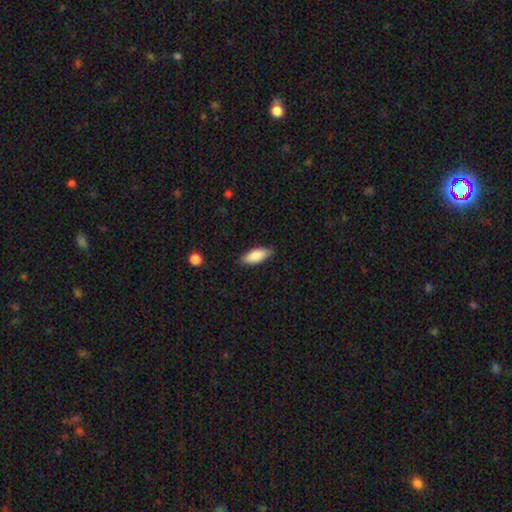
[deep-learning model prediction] Smooth or featured? Predicted: smooth (p=0.86). How rounded? Predicted: in between (p=0.78). Merging? Predicted: none (p=0.84).